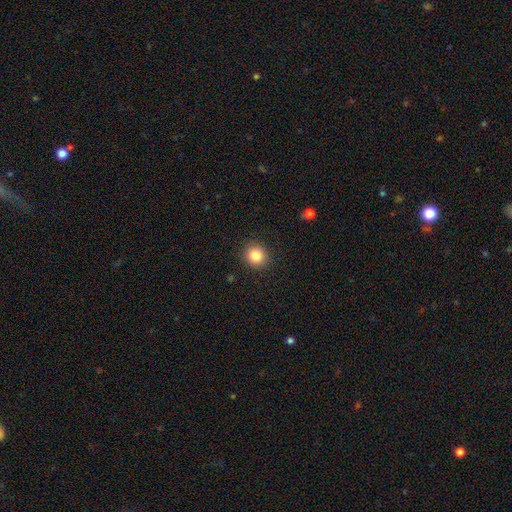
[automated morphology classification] smooth_or_featured: smooth (p=0.84) [alt: star or artifact p=0.10]
how_rounded: round (p=0.90) [alt: in between p=0.09]
merging: none (p=0.91) [alt: minor disturbance p=0.06]